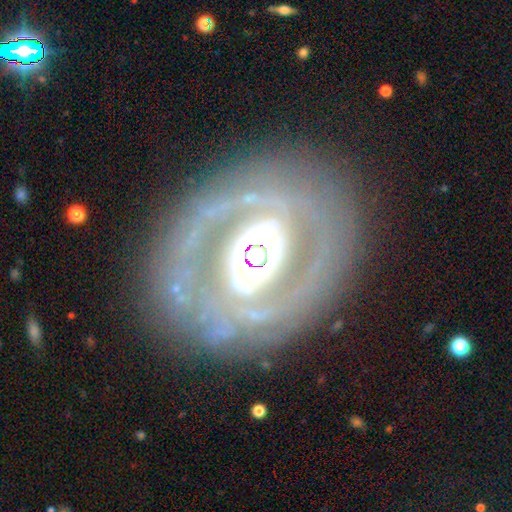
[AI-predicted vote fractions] A featured or disk galaxy (86%) with no bar (54%), 2 (50%) tight (57%) spiral arms (75%) and a moderate central bulge (52%). Merging: none (73%).